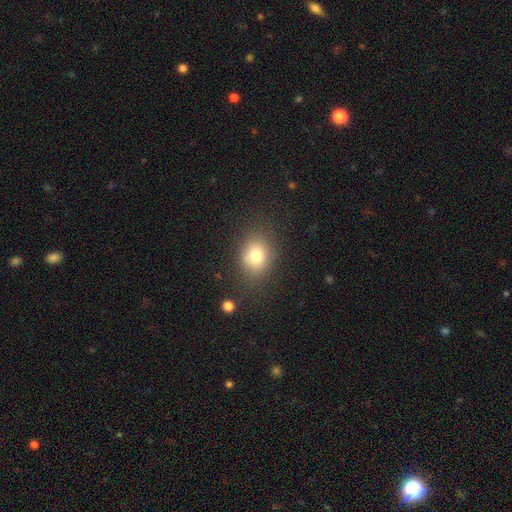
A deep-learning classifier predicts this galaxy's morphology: smooth-or-featured: smooth: 77% | star or artifact: 12% | featured or disk: 10%
  how-rounded: round: 53% | in between: 46% | cigar-shaped: 1%
  merging: none: 79% | minor disturbance: 13% | major disturbance: 5% | merger: 3%